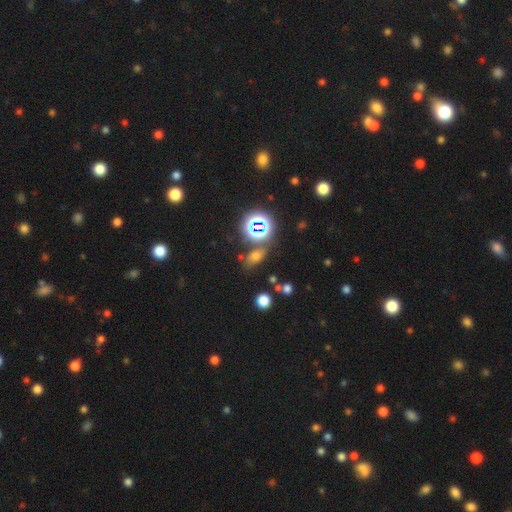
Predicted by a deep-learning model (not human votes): This is possibly a smooth galaxy (54%). How rounded: likely in between (72%). Merging: likely none (70%).